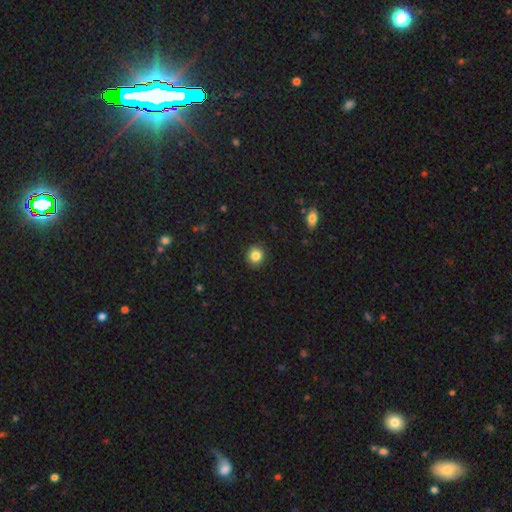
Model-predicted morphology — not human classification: Q: Smooth or featured?
A: smooth (84%); runner-up: star or artifact (10%)
Q: How rounded?
A: round (87%); runner-up: in between (12%)
Q: Merging?
A: none (91%); runner-up: minor disturbance (6%)